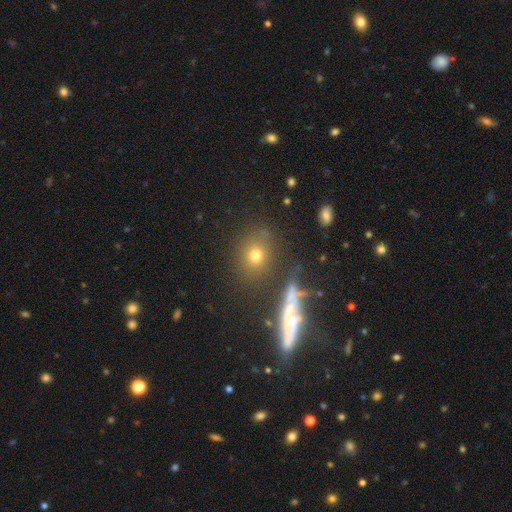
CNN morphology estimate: Smooth or featured? smooth (62%)
How rounded? round (71%)
Merging? none (78%)